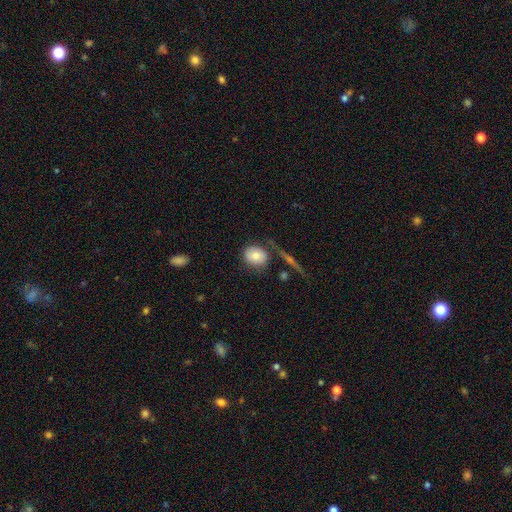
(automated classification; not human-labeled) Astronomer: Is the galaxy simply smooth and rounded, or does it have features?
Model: smooth — 76%.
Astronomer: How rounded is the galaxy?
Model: round — 60% (runner-up: in between, 38%).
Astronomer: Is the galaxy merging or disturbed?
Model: none — 65%.